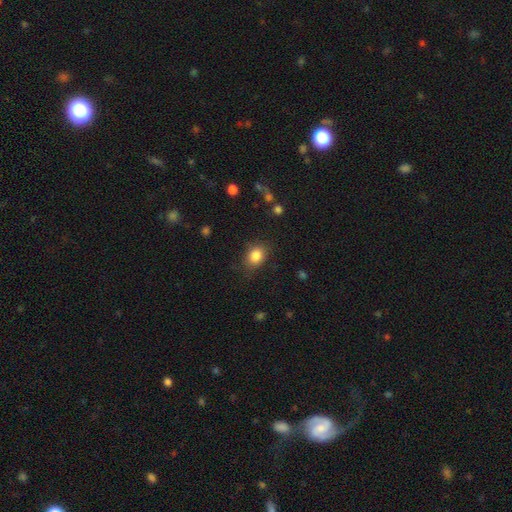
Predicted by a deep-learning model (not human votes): This appears to be a smooth galaxy with no disk features (85%) that is in between round and cigar-shaped (63%). Merging: none (78%).